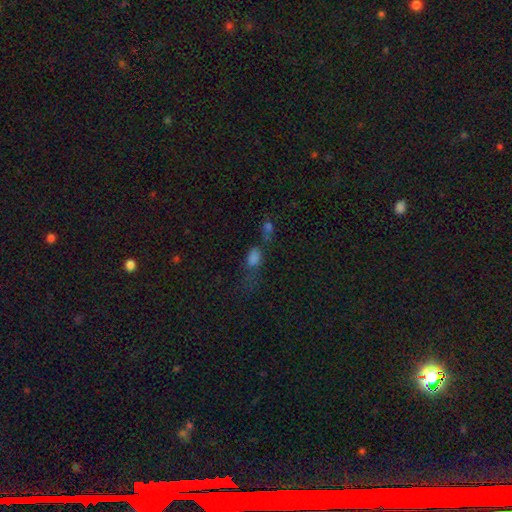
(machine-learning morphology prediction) The model was most divided on "merging": none: 34%, merger: 26%, major disturbance: 23%, minor disturbance: 17%. More confident: how rounded — in between (61%); smooth or featured — smooth (53%).